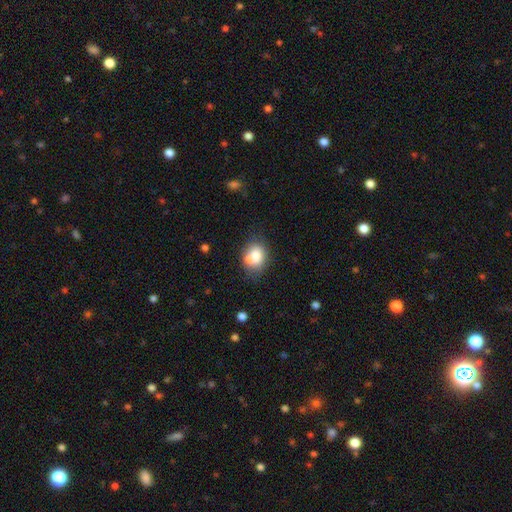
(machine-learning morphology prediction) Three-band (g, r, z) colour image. It shows a smooth galaxy with no disk features (74%) that is round (50%). Merging: none (45%).